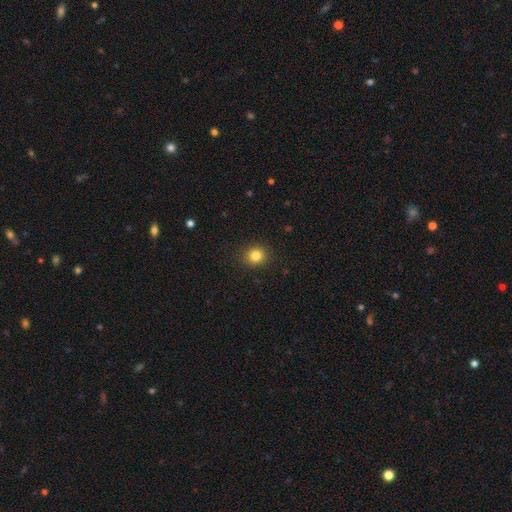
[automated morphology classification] smooth_or_featured: smooth (p=0.84) [alt: star or artifact p=0.11]
how_rounded: round (p=0.85) [alt: in between p=0.14]
merging: none (p=0.90) [alt: minor disturbance p=0.06]